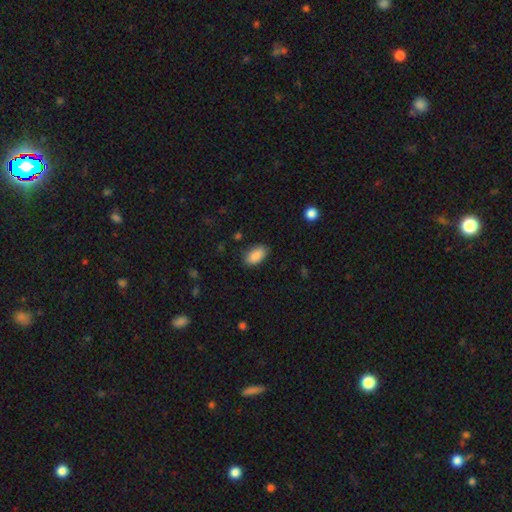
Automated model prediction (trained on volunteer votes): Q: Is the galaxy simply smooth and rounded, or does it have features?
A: smooth — 88%.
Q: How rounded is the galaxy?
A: in between — 93%.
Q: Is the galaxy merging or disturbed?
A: none — 84%.